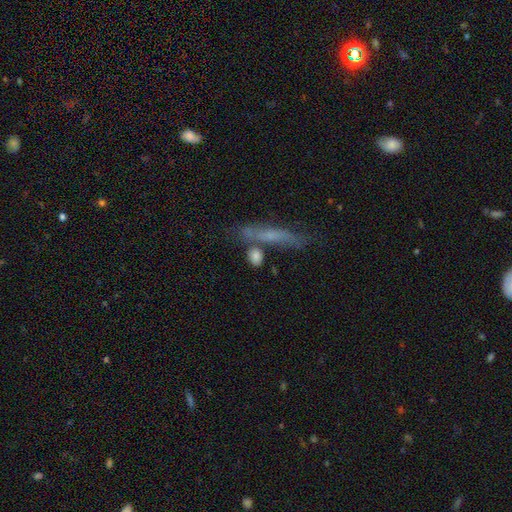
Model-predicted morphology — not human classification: A smooth galaxy with no disk features (78%) that is in between round and cigar-shaped (45%). Merging: none (57%).